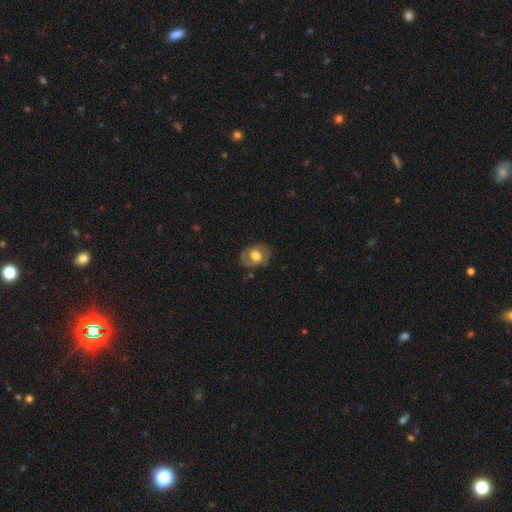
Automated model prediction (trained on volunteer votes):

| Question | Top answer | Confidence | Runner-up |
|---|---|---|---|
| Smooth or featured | smooth | 49% | featured or disk (44%) |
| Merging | none | 75% | minor disturbance (18%) |